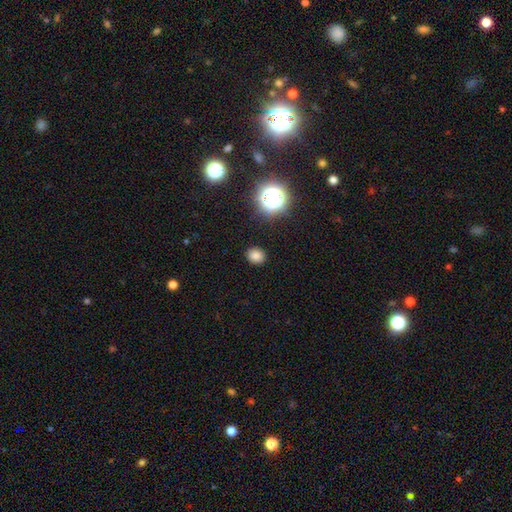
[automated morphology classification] Q: Smooth or featured?
A: smooth (79%); runner-up: star or artifact (16%)
Q: How rounded?
A: round (66%); runner-up: in between (33%)
Q: Merging?
A: none (89%); runner-up: minor disturbance (7%)